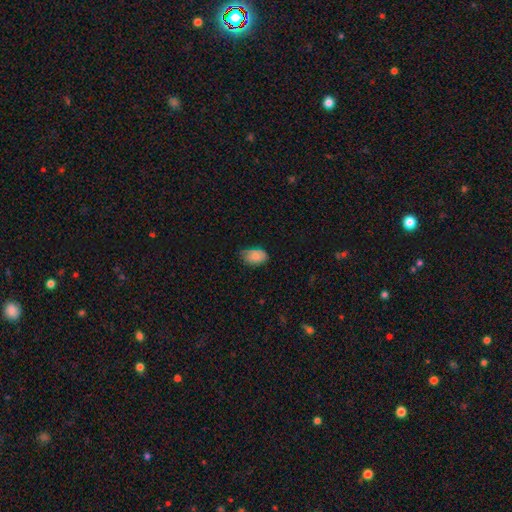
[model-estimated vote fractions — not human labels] Smooth or featured?
  - smooth: 79% *
  - featured or disk: 13%
  - star or artifact: 8%
How rounded?
  - in between: 88% *
  - round: 11%
  - cigar-shaped: 1%
Merging?
  - none: 56% *
  - minor disturbance: 35%
  - major disturbance: 7%
  - merger: 1%